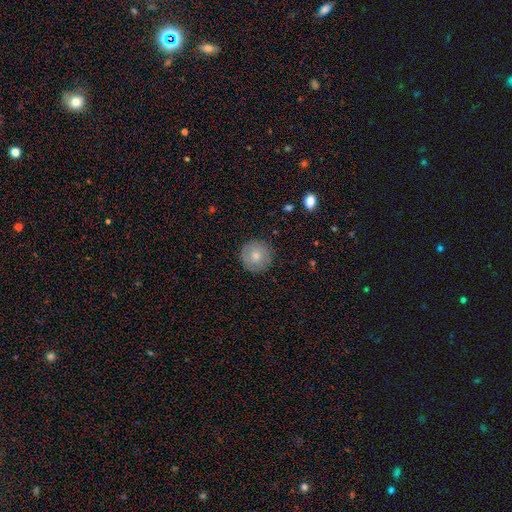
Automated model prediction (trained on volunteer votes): smooth_or_featured: smooth (p=0.77) [alt: featured or disk p=0.15]
how_rounded: round (p=0.96) [alt: in between p=0.03]
merging: none (p=0.89) [alt: minor disturbance p=0.08]